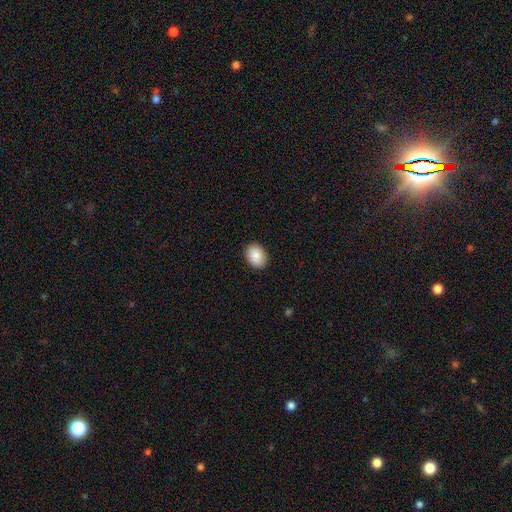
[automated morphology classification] A smooth galaxy with no disk features (90%) that is in between round and cigar-shaped (73%).

Vote fractions:
- Smooth or featured? smooth: 90% / star or artifact: 7% / featured or disk: 3%
- How rounded? in between: 73% / round: 26% / cigar-shaped: 1%
- Merging? none: 89% / minor disturbance: 8% / major disturbance: 2% / merger: 1%